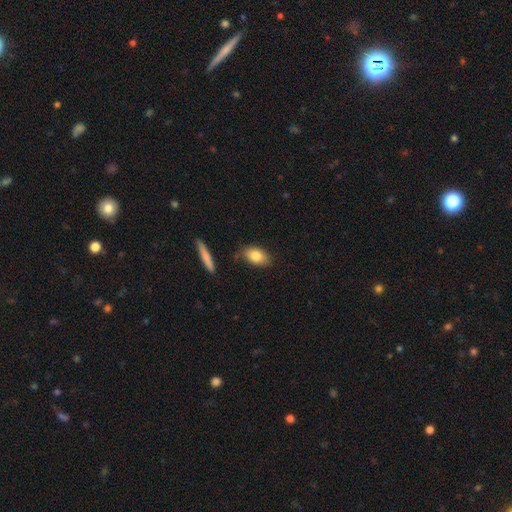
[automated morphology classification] Smooth or featured?
  - smooth: 81% *
  - featured or disk: 12%
  - star or artifact: 7%
How rounded?
  - in between: 88% *
  - round: 7%
  - cigar-shaped: 4%
Merging?
  - none: 76% *
  - minor disturbance: 15%
  - merger: 5%
  - major disturbance: 3%